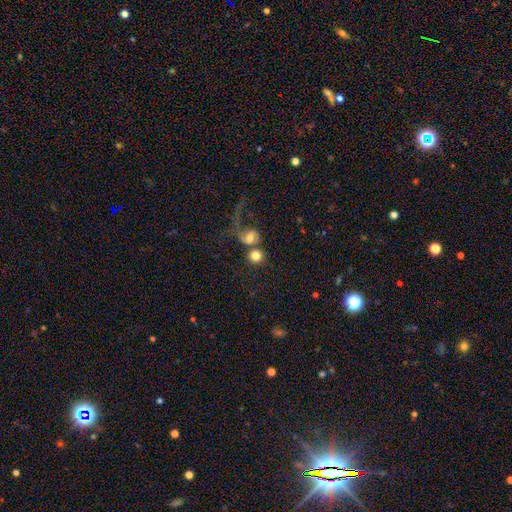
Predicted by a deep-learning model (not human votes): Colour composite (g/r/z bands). It shows a smooth galaxy with no disk features (71%) that is round (85%). Merging: merger (45%).